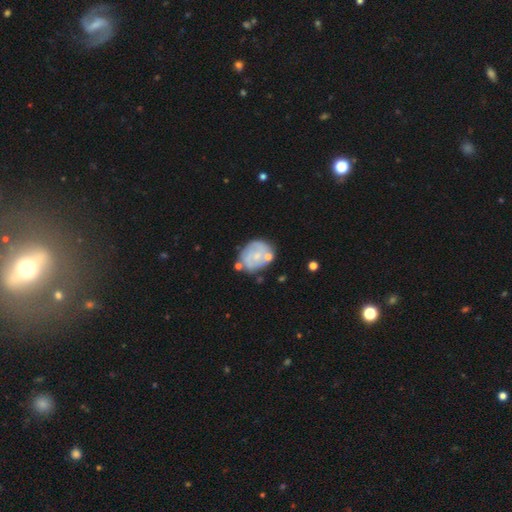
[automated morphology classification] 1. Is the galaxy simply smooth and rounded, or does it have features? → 62% featured or disk, 31% smooth, 6% star or artifact.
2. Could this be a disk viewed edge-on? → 98% no, 2% yes.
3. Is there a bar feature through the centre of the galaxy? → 72% no, 24% weak, 4% strong.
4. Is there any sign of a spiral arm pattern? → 70% yes, 30% no.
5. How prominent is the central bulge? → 62% small, 23% moderate, 12% none, 2% large, 1% dominant.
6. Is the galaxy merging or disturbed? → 62% none, 20% minor disturbance, 10% merger, 8% major disturbance.